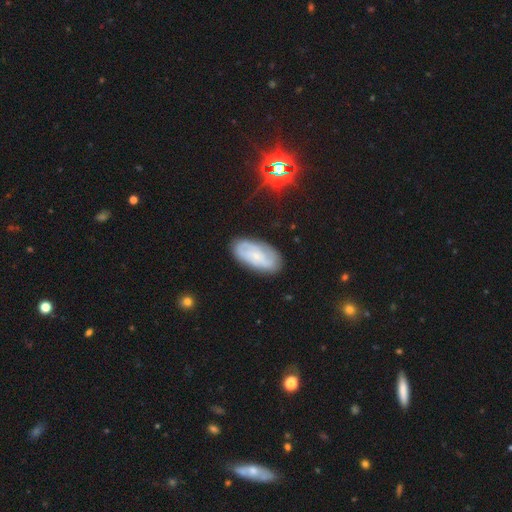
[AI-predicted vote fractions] This appears to be a featured or disk galaxy (58%) with no bar (66%), spiral arms (82%) and a small central bulge (75%). Merging: none (79%).